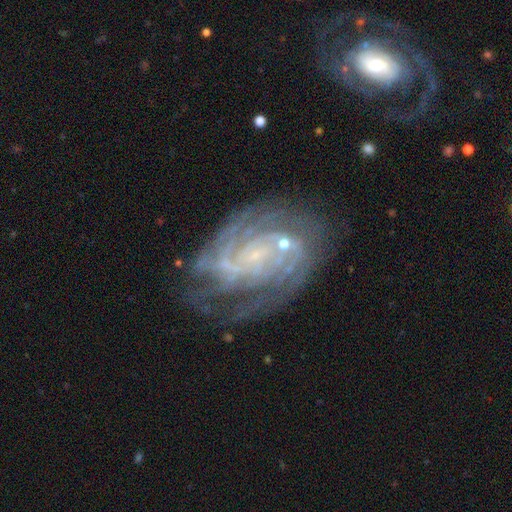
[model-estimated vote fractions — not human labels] A featured or disk galaxy (85%) with no bar (58%), tight (58%) spiral arms (93%) and a small central bulge (66%). Merging: none (57%).